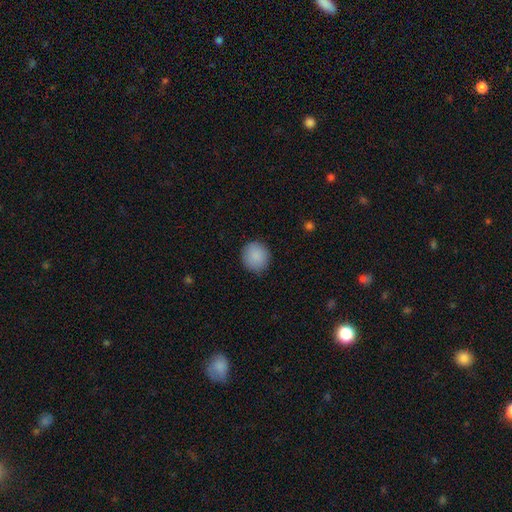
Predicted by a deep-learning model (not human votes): The model was most divided on "merging": none: 87%, minor disturbance: 10%, major disturbance: 2%, merger: 1%. More confident: how rounded — round (89%); smooth or featured — smooth (89%).